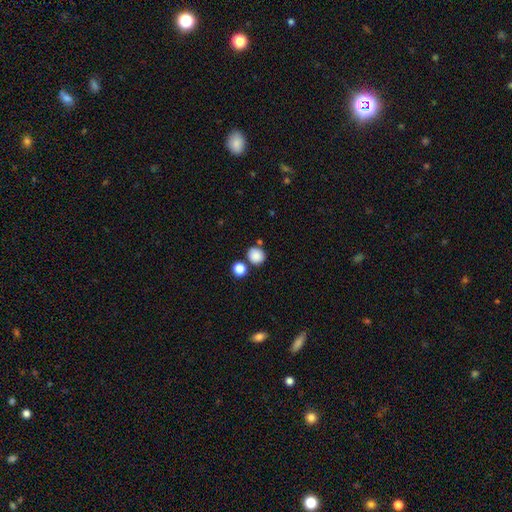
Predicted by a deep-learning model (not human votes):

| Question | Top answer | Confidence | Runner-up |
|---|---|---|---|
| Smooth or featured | smooth | 86% | star or artifact (10%) |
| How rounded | round | 83% | in between (16%) |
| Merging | none | 74% | merger (12%) |